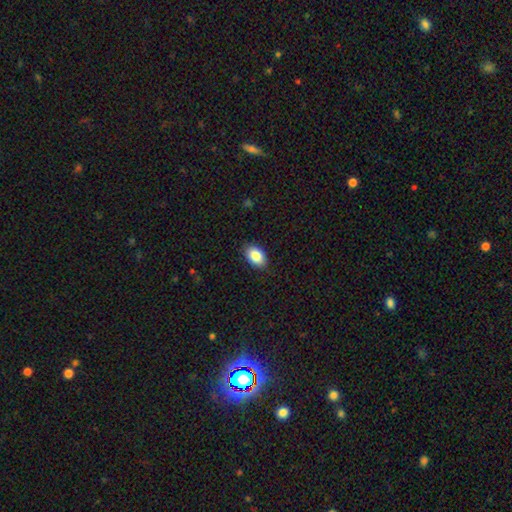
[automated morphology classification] A smooth galaxy with no disk features (86%) that is in between round and cigar-shaped (88%). Merging: none (87%).